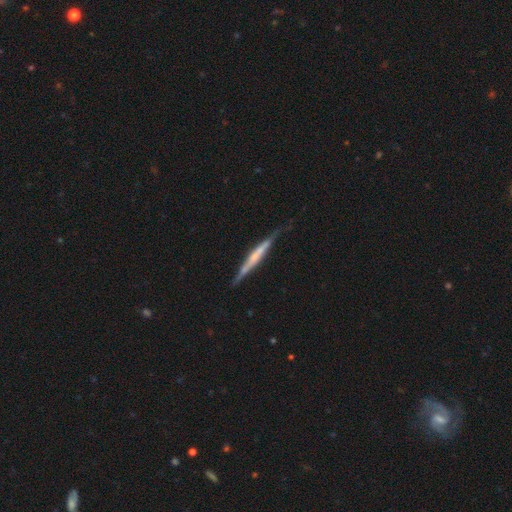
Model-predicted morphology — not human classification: This is likely a featured or disk galaxy (64%). It is clearly viewed edge-on (96%). Edge-on bulge: possibly none (53%). Merging: likely none (77%).